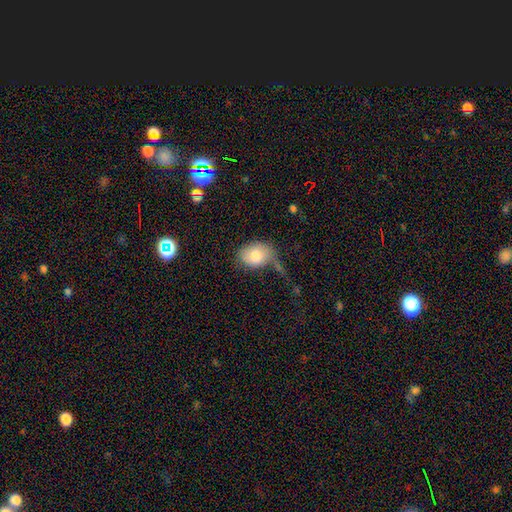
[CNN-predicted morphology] smooth 77%, featured or disk 15%, star or artifact 7%. Down the decision tree: how rounded — in between (66%); merging — none (41%).